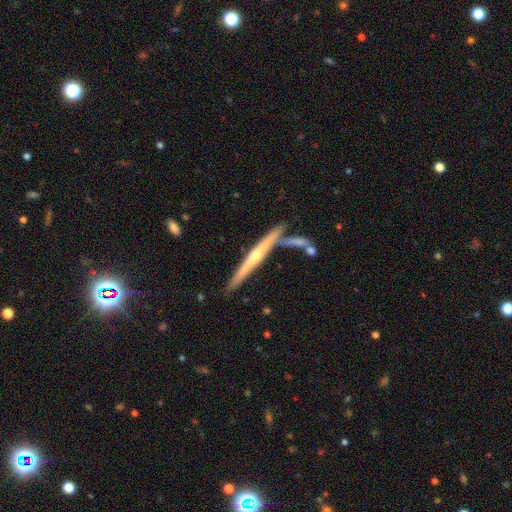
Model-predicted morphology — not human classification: The model was most divided on "smooth or featured": featured or disk: 75%, smooth: 19%, star or artifact: 6%. More confident: edge-on disk — yes (97%); edge-on bulge — rounded (77%); merging — none (72%).